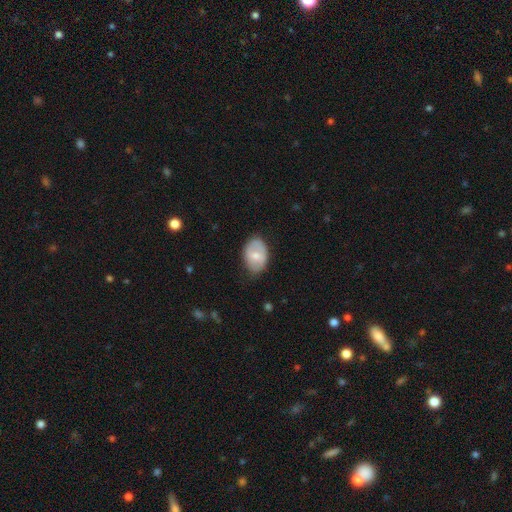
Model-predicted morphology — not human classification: Overall: smooth (58%; featured or disk 36%). How rounded: in between (80%). Merging: none (71%).